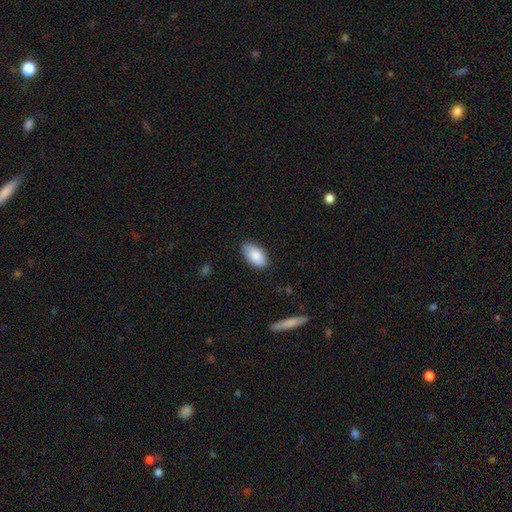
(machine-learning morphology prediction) Smooth or featured? smooth (87%)
How rounded? in between (95%)
Merging? none (84%)